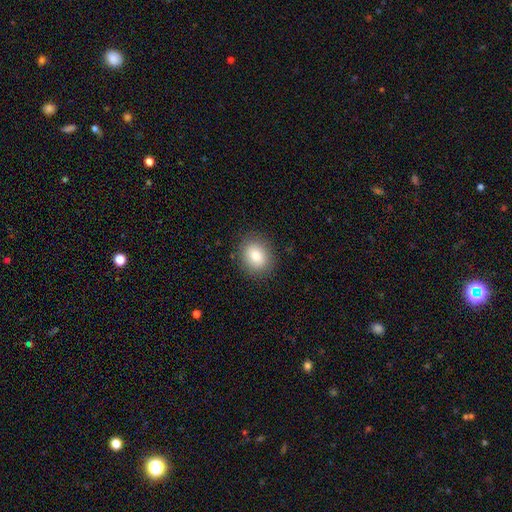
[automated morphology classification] smooth-or-featured: smooth: 81% | featured or disk: 10% | star or artifact: 9%
  how-rounded: round: 61% | in between: 38% | cigar-shaped: 1%
  merging: none: 88% | minor disturbance: 9% | major disturbance: 3% | merger: 1%